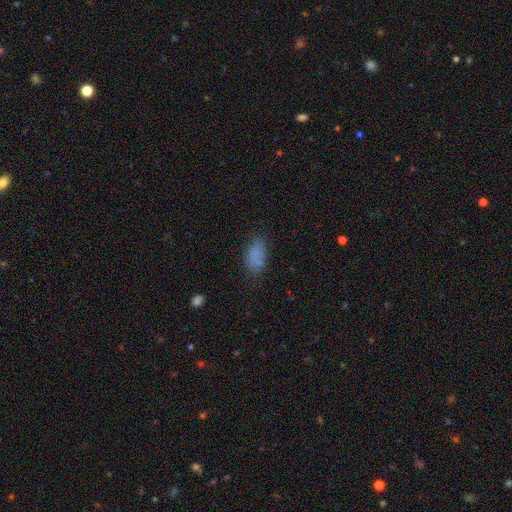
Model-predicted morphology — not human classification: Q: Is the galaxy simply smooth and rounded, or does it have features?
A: smooth — 80%.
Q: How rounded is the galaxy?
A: in between — 90%.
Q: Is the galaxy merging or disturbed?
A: none — 67%.